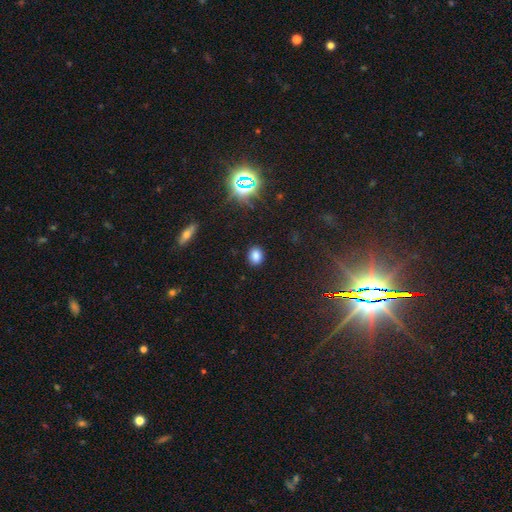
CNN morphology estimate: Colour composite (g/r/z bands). It shows a smooth galaxy with no disk features (79%) that is in between round and cigar-shaped (50%). Merging: none (88%).